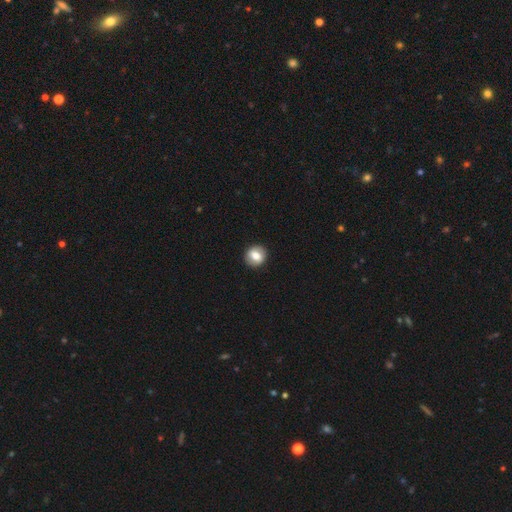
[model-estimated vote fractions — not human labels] A smooth galaxy with no disk features (71%) that is round (83%). Merging: none (90%).